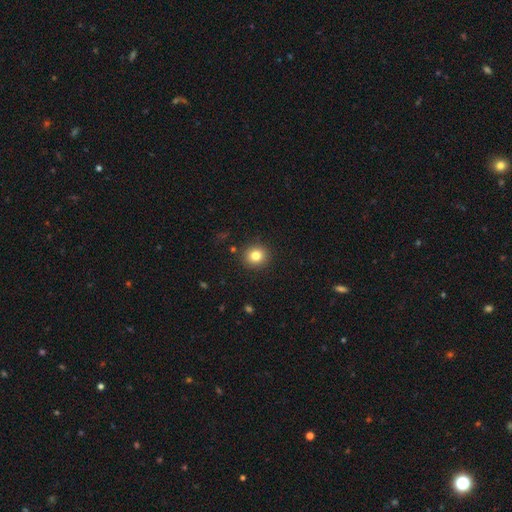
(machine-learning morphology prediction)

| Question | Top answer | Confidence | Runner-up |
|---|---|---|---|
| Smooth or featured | smooth | 81% | star or artifact (11%) |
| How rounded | round | 88% | in between (11%) |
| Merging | none | 91% | minor disturbance (6%) |